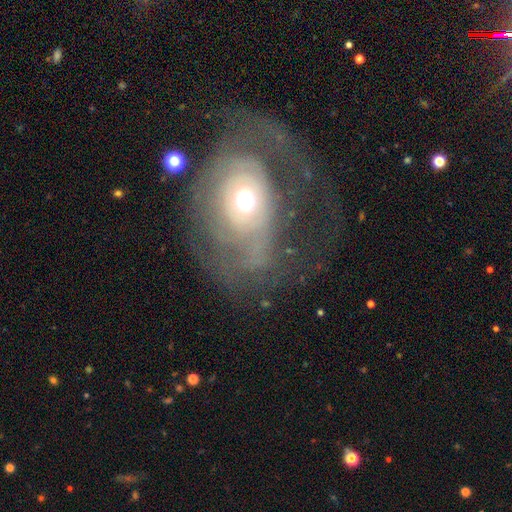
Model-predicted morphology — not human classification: smooth_or_featured: featured or disk (p=0.69) [alt: smooth p=0.22]
disk_edge_on: no (p=0.95) [alt: yes p=0.05]
bar: no (p=0.84) [alt: weak p=0.12]
has_spiral_arms: yes (p=0.62) [alt: no p=0.38]
bulge_size: moderate (p=0.64) [alt: small p=0.23]
merging: major disturbance (p=0.40) [alt: none p=0.39]